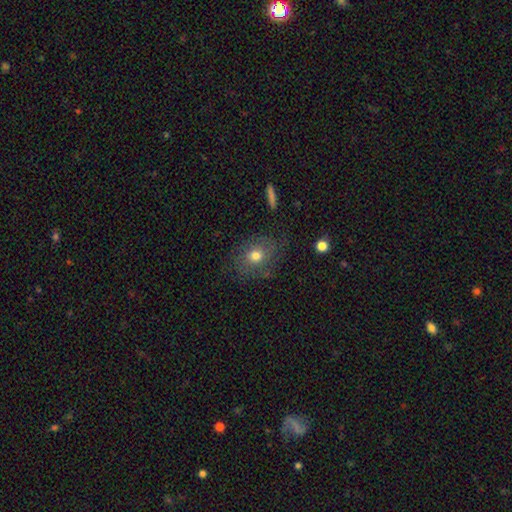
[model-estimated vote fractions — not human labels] A smooth galaxy with no disk features (67%) that is round (55%). Merging: none (71%).